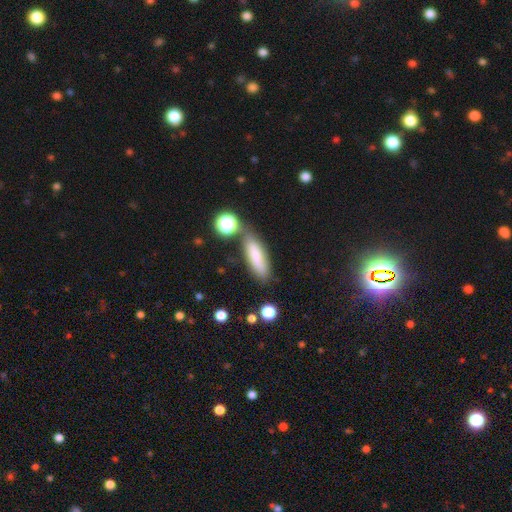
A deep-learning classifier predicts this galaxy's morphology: This appears to be a smooth galaxy with no disk features (78%) that is cigar-shaped (49%). Merging: none (65%).